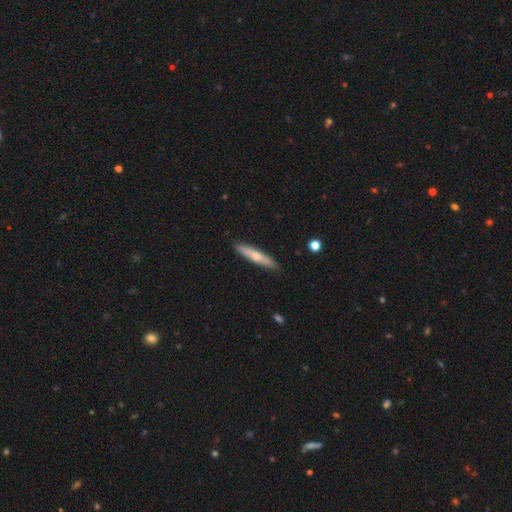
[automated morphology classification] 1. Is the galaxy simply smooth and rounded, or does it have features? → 59% smooth, 36% featured or disk, 6% star or artifact.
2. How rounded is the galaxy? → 90% cigar-shaped, 9% in between, 1% round.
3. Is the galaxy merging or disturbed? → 88% none, 9% minor disturbance, 2% major disturbance, 1% merger.